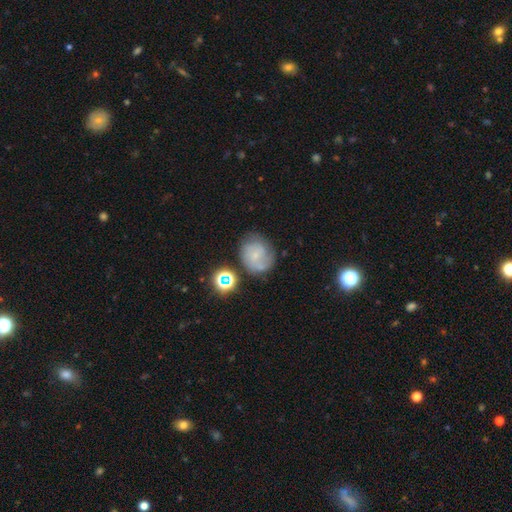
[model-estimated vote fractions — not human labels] Smooth or featured? featured or disk (48%)
Merging? none (61%)